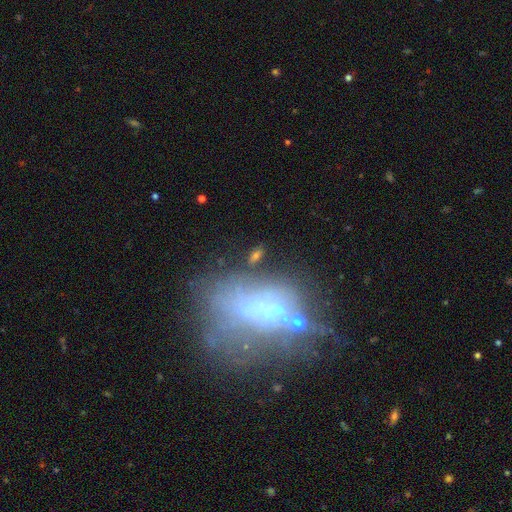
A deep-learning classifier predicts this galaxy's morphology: smooth 46%, featured or disk 35%, star or artifact 19%. Down the decision tree: merging — none (61%).